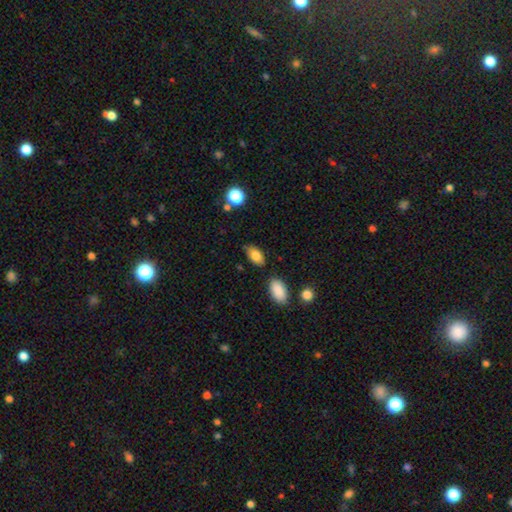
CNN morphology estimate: Smooth or featured? Predicted: smooth (p=0.81). How rounded? Predicted: in between (p=0.92). Merging? Predicted: none (p=0.74).